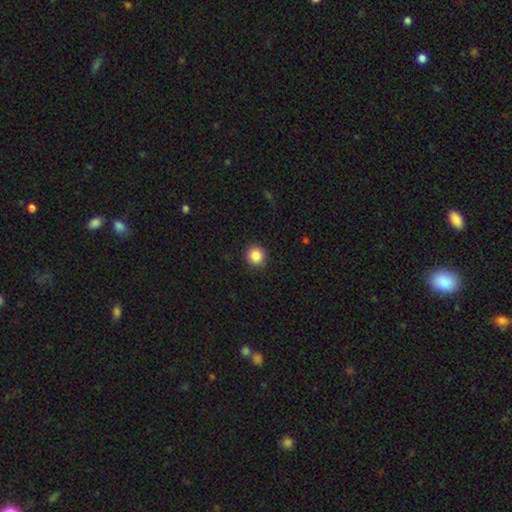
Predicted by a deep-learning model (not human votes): A smooth galaxy with no disk features (87%) that is round (93%). Merging: none (91%).